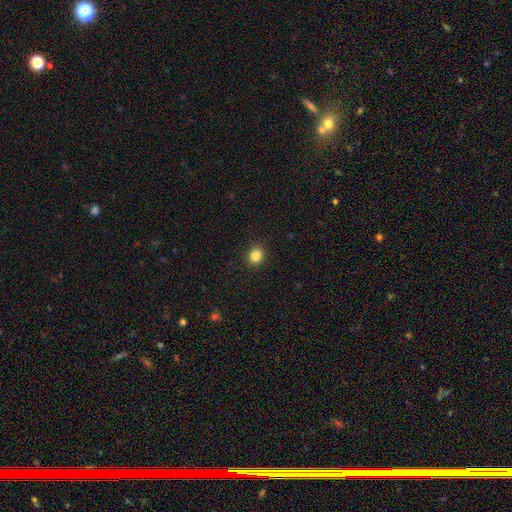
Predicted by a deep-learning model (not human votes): Morphology: type=smooth (85%); roundness=round (75%); merging=none (91%).